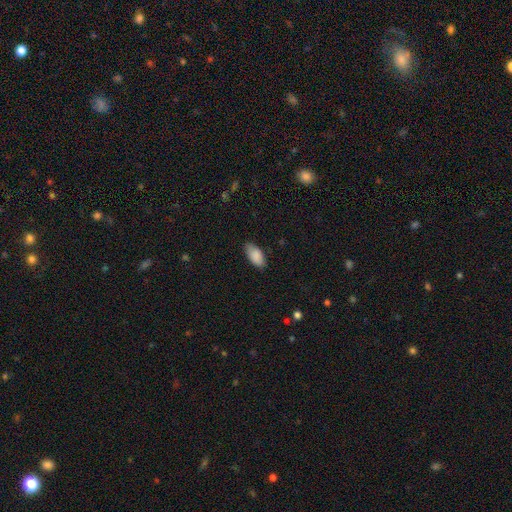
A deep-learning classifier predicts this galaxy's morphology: Smooth or featured?
  - smooth: 88% *
  - star or artifact: 6%
  - featured or disk: 6%
How rounded?
  - in between: 91% *
  - cigar-shaped: 6%
  - round: 2%
Merging?
  - none: 79% *
  - minor disturbance: 17%
  - major disturbance: 3%
  - merger: 1%